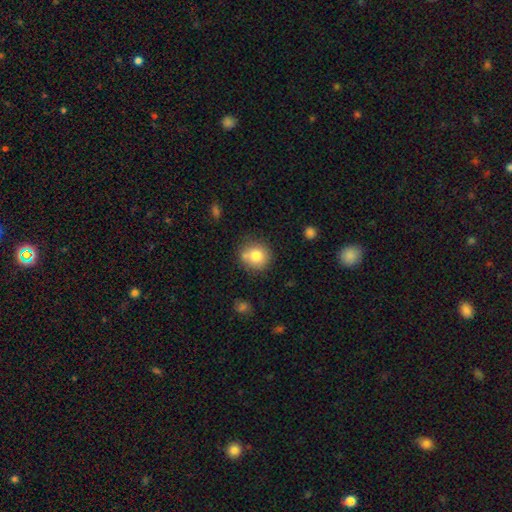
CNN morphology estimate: Overall: smooth (79%). How rounded: round (89%). Merging: none (70%).